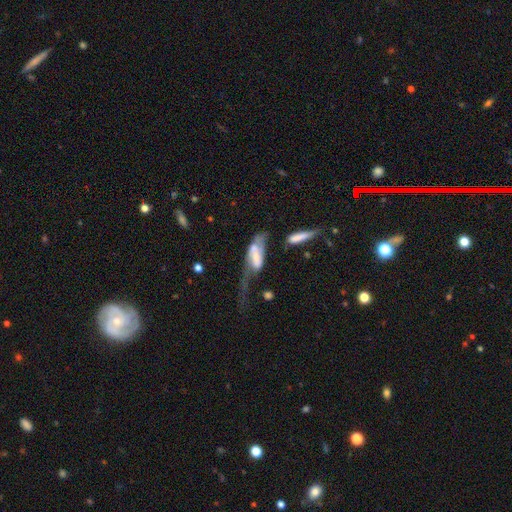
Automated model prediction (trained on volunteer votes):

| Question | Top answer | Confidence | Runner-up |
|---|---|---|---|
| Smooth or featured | featured or disk | 48% | smooth (45%) |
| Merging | major disturbance | 54% | merger (22%) |